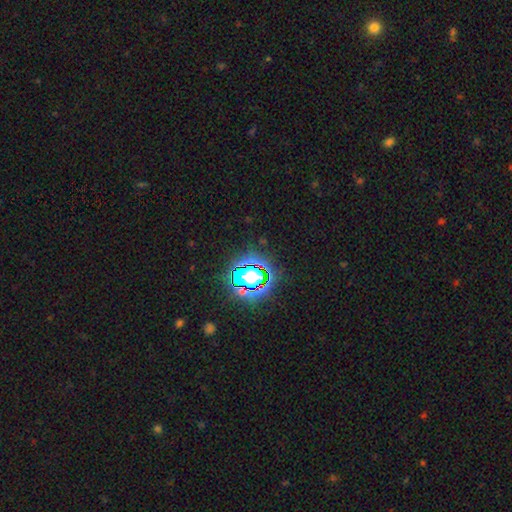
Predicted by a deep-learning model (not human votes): star or artifact 78%, smooth 13%, featured or disk 8%.